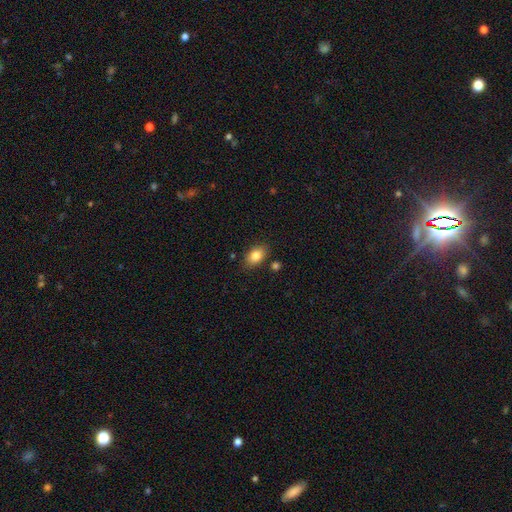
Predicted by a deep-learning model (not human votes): Smooth or featured: smooth — 83% (featured or disk — 8%)
How rounded: in between — 84% (round — 14%)
Merging: none — 82% (minor disturbance — 12%)